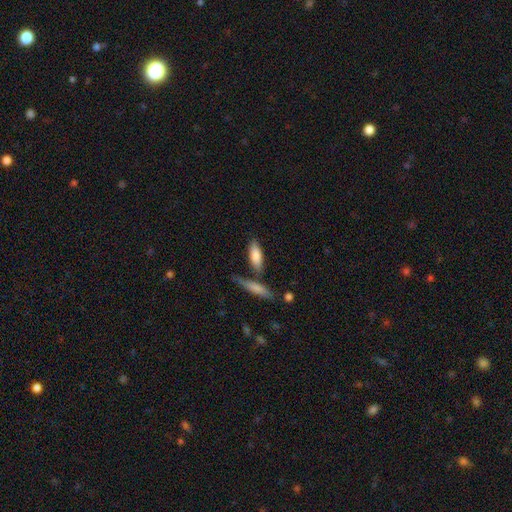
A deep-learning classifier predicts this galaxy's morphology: type=smooth (82%); roundness=in between (64%); merging=none (64%).